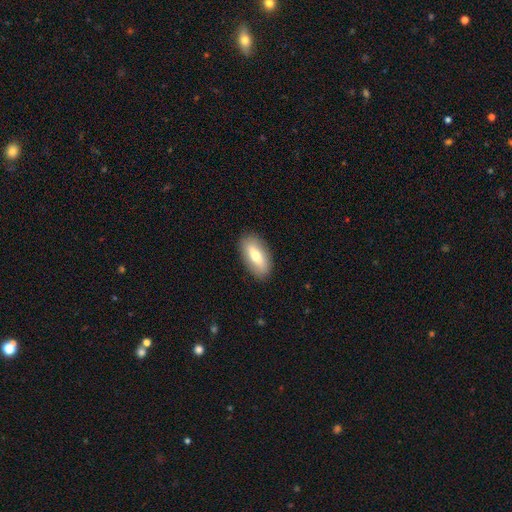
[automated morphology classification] Smooth or featured? smooth (68%)
How rounded? in between (86%)
Merging? none (88%)